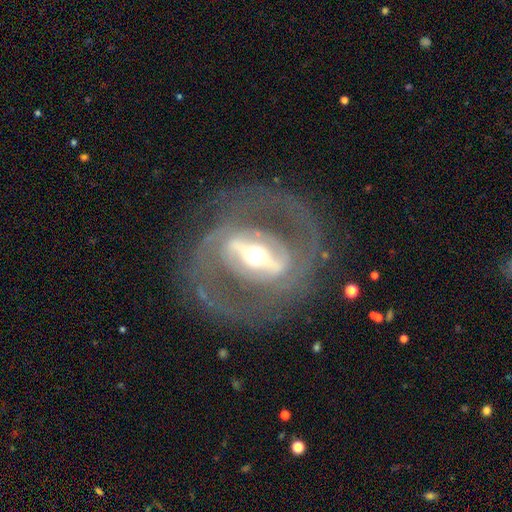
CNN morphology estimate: This appears to be a featured or disk galaxy (85%) with a strong bar (75%), spiral arms (59%) and a moderate central bulge (63%). Merging: none (74%).